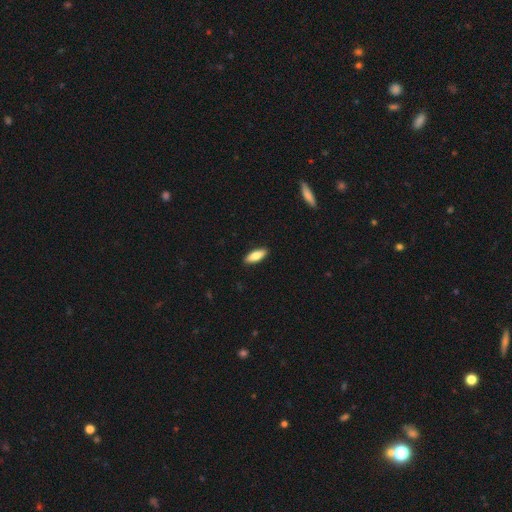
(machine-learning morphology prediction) A smooth galaxy with no disk features (83%) that is in between round and cigar-shaped (65%).

Vote fractions:
- Smooth or featured? smooth: 83% / featured or disk: 11% / star or artifact: 6%
- How rounded? in between: 65% / cigar-shaped: 33% / round: 2%
- Merging? none: 90% / minor disturbance: 8% / major disturbance: 2% / merger: 1%